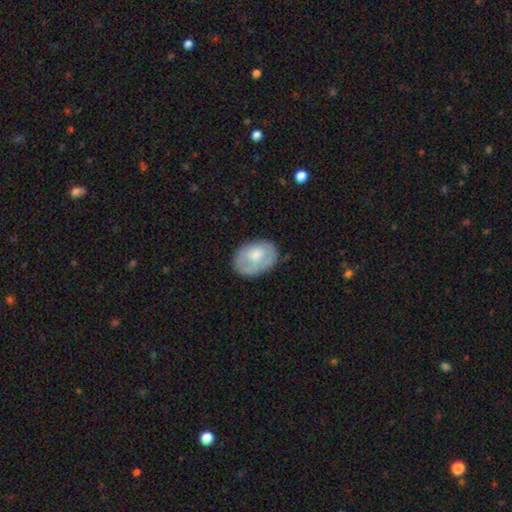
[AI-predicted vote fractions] A smooth galaxy with no disk features (63%) that is in between round and cigar-shaped (80%).

Vote fractions:
- Smooth or featured? smooth: 63% / featured or disk: 30% / star or artifact: 6%
- How rounded? in between: 80% / round: 19% / cigar-shaped: 1%
- Merging? none: 67% / minor disturbance: 23% / major disturbance: 8% / merger: 2%